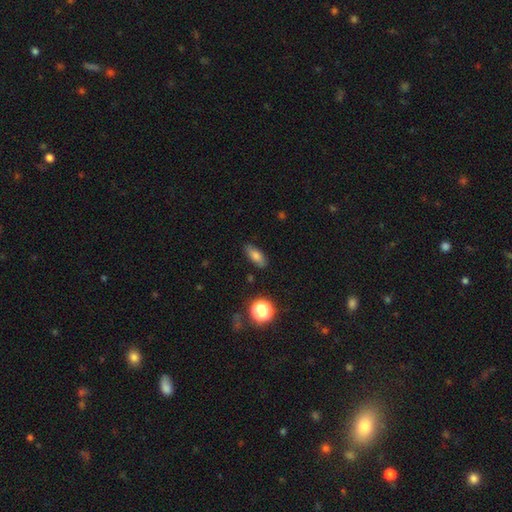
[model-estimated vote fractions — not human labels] Smooth or featured: smooth — 76% (featured or disk — 13%)
How rounded: in between — 76% (cigar-shaped — 18%)
Merging: none — 84% (minor disturbance — 12%)